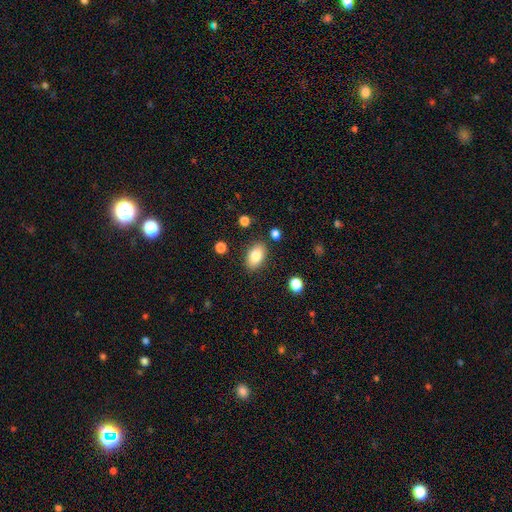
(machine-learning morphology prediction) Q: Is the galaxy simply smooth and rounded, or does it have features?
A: smooth — 82%.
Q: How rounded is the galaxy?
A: in between — 89%.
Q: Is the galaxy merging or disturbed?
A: none — 85%.